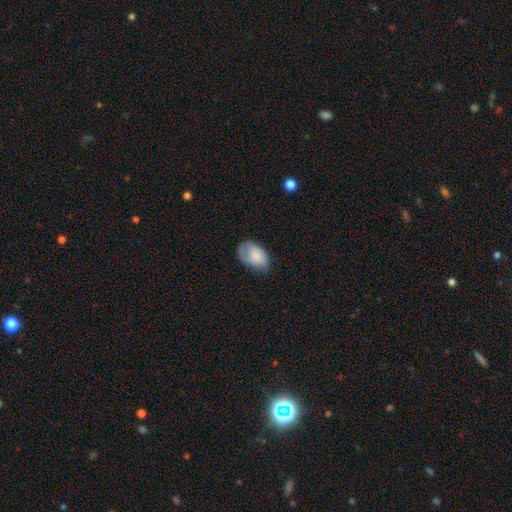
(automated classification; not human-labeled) Q: Smooth or featured?
A: smooth (71%); runner-up: featured or disk (22%)
Q: How rounded?
A: in between (90%); runner-up: round (9%)
Q: Merging?
A: none (54%); runner-up: minor disturbance (31%)